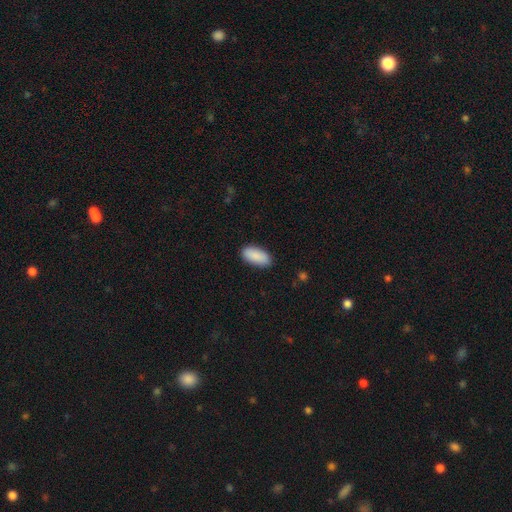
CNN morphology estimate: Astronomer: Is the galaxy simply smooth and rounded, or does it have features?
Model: smooth — 90%.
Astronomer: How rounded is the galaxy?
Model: in between — 92%.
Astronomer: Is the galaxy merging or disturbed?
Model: none — 87%.